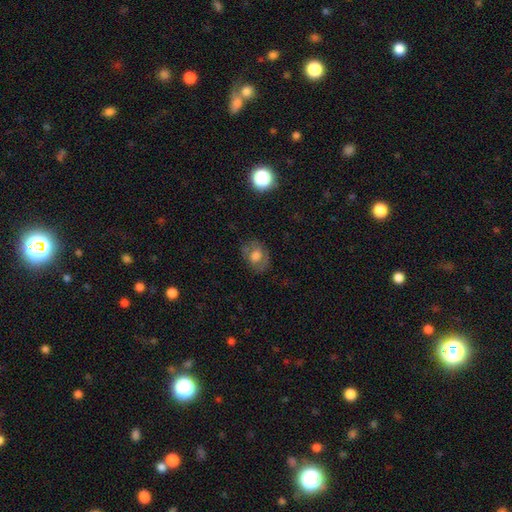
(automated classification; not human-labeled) A smooth galaxy with no disk features (57%) that is in between round and cigar-shaped (55%).

Vote fractions:
- Smooth or featured? smooth: 57% / featured or disk: 32% / star or artifact: 11%
- How rounded? in between: 55% / round: 44% / cigar-shaped: 1%
- Merging? none: 71% / minor disturbance: 19% / major disturbance: 8% / merger: 2%